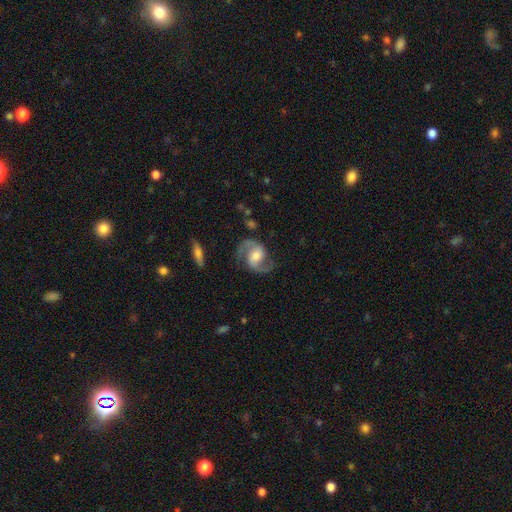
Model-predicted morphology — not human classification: Smooth or featured: featured or disk — 89% (smooth — 7%)
Edge-on disk: no — 98% (yes — 2%)
Bar: weak — 42% (tied with no — 42%)
Spiral arms: yes — 97% (no — 3%)
Spiral winding: medium — 57% (loose — 30%)
Spiral arm count: 2 — 93% (can't tell — 2%)
Bulge size: moderate — 59% (small — 22%)
Merging: none — 77% (minor disturbance — 14%)